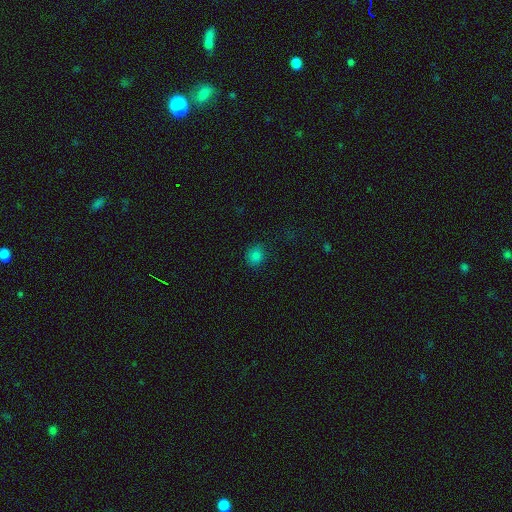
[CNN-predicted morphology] Q: Smooth or featured?
A: smooth (81%); runner-up: star or artifact (14%)
Q: How rounded?
A: round (75%); runner-up: in between (24%)
Q: Merging?
A: none (83%); runner-up: minor disturbance (12%)